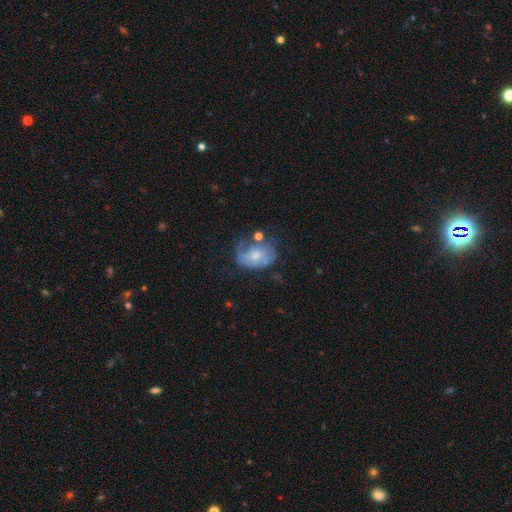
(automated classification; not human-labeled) A featured or disk galaxy (52%). Merging: none (38%).